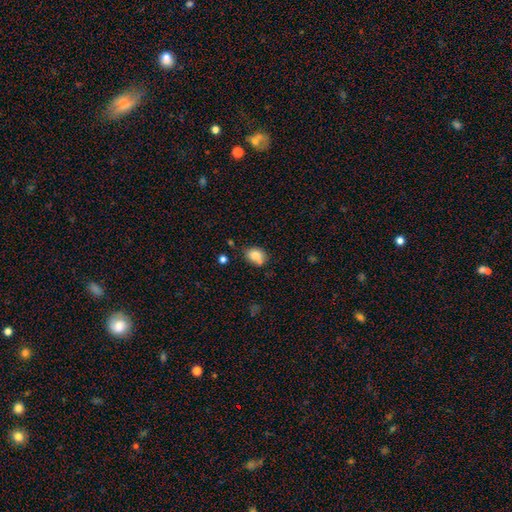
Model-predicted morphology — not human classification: Smooth or featured: smooth — 81% (star or artifact — 10%)
How rounded: in between — 53% (round — 46%)
Merging: none — 60% (merger — 18%)